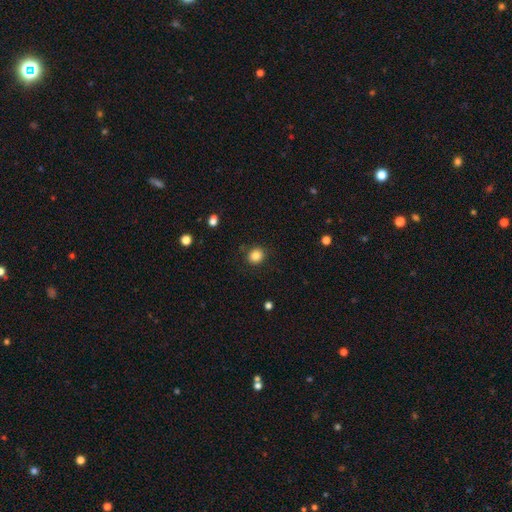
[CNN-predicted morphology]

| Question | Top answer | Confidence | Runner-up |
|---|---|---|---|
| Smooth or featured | smooth | 85% | star or artifact (11%) |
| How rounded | round | 80% | in between (19%) |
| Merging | none | 87% | minor disturbance (9%) |